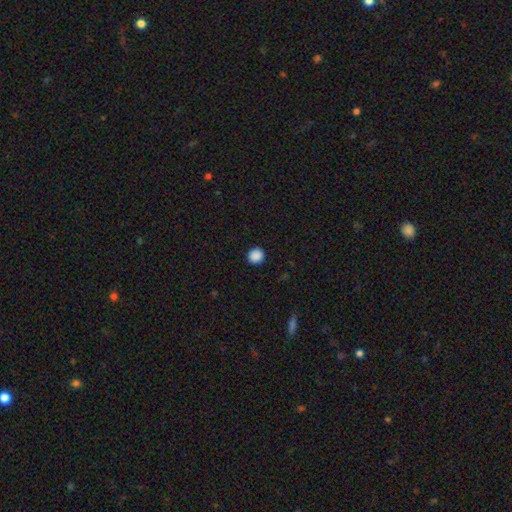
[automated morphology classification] A smooth galaxy with no disk features (89%) that is round (90%). Merging: none (93%).